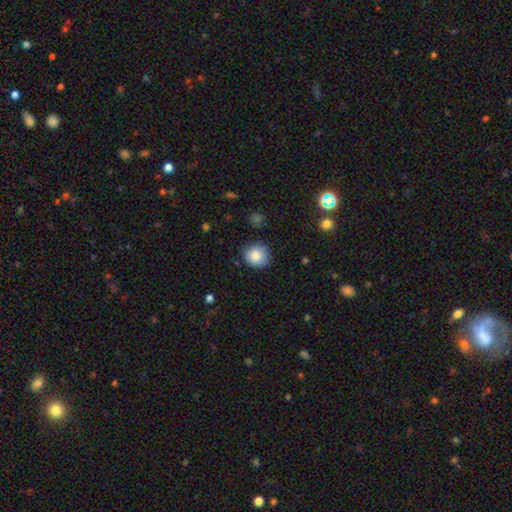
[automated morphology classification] smooth 85%, star or artifact 9%, featured or disk 6%. Down the decision tree: how rounded — round (87%); merging — none (82%).